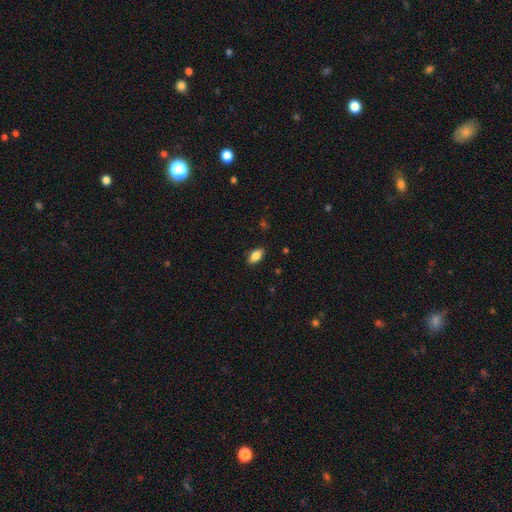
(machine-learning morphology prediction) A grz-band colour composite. It shows a smooth galaxy with no disk features (81%) that is in between round and cigar-shaped (89%). Merging: none (86%).